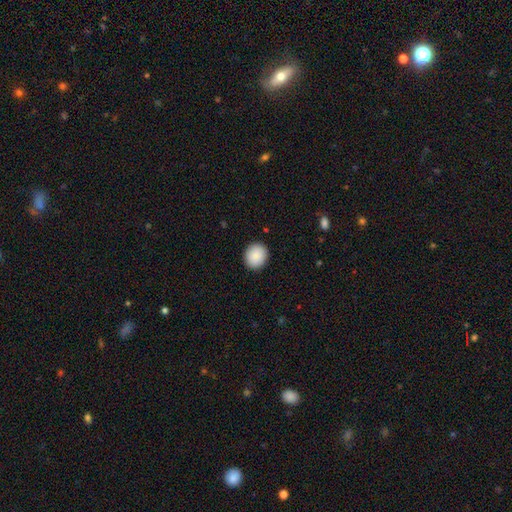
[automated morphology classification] This is clearly a smooth galaxy (89%). How rounded: likely round (78%). Merging: clearly none (91%).